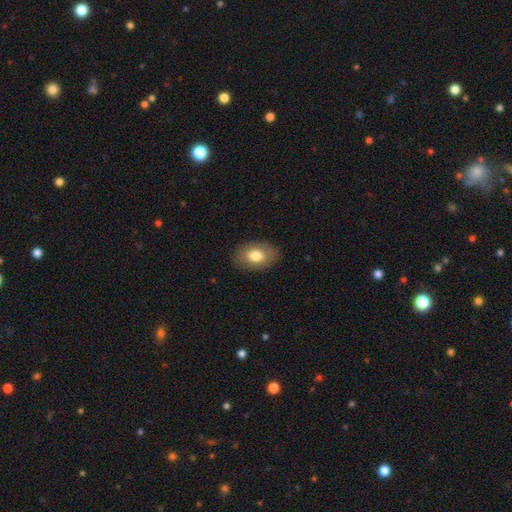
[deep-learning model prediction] smooth_or_featured: smooth (p=0.77) [alt: featured or disk p=0.15]
how_rounded: in between (p=0.86) [alt: round p=0.13]
merging: none (p=0.87) [alt: minor disturbance p=0.10]